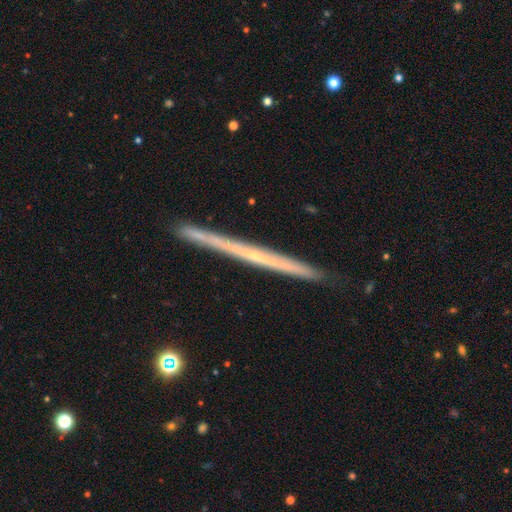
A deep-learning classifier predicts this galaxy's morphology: Smooth or featured: featured or disk — 67% (smooth — 26%)
Edge-on disk: yes — 98% (no — 2%)
Edge-on bulge: none — 83% (rounded — 15%)
Merging: none — 90% (minor disturbance — 8%)